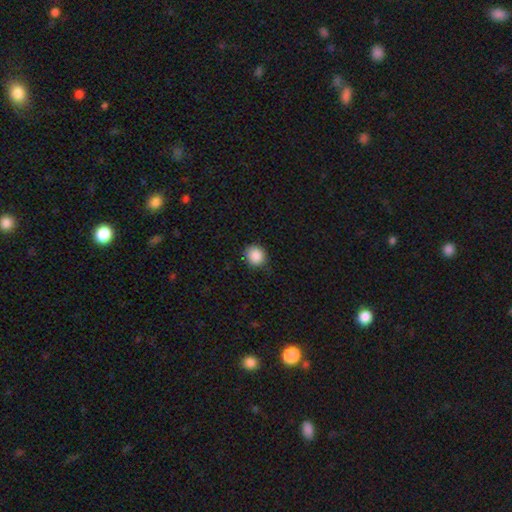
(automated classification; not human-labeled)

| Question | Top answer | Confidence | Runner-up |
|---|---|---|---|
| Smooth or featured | smooth | 89% | star or artifact (9%) |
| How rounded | round | 83% | in between (16%) |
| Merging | none | 83% | minor disturbance (13%) |